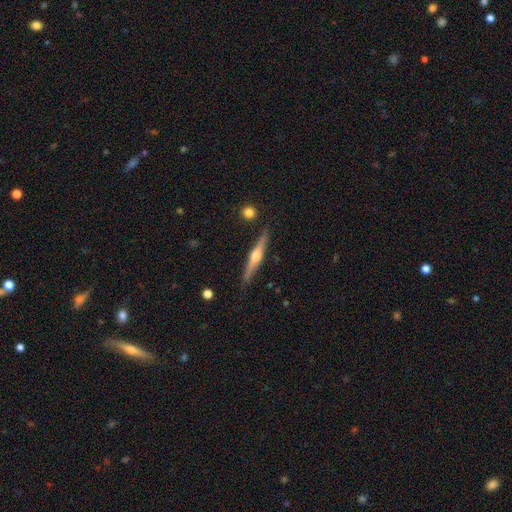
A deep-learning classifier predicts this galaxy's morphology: Smooth or featured: featured or disk — 67% (smooth — 27%)
Edge-on disk: yes — 97% (no — 3%)
Edge-on bulge: rounded — 91% (none — 5%)
Merging: none — 85% (minor disturbance — 11%)